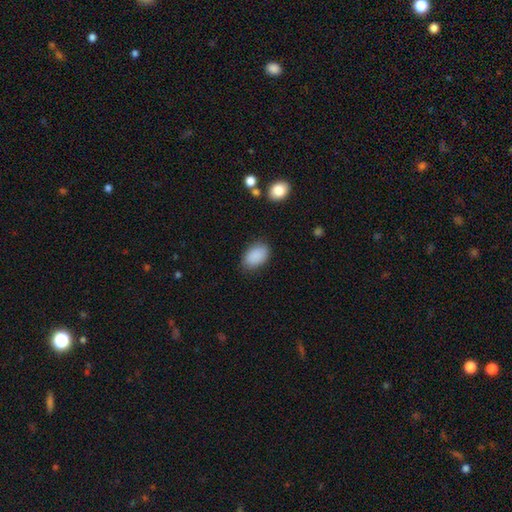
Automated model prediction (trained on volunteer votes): smooth 89%, star or artifact 7%, featured or disk 4%. Down the decision tree: how rounded — in between (91%); merging — none (83%).